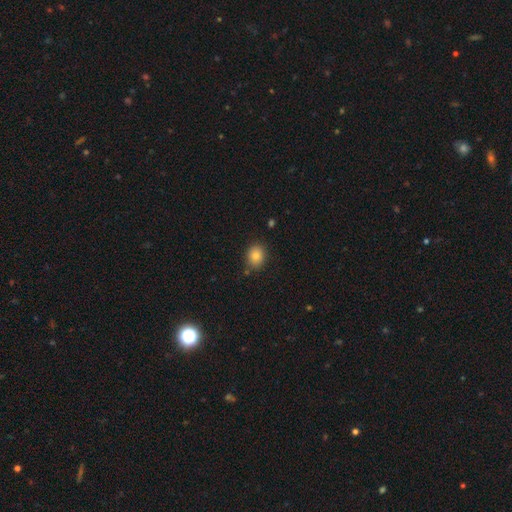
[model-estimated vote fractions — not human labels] smooth 81%, star or artifact 11%, featured or disk 8%. Down the decision tree: how rounded — round (56%); merging — none (83%).